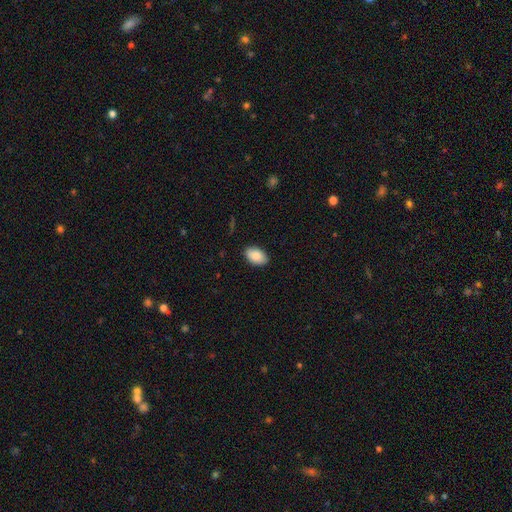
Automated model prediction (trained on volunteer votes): This is clearly a smooth galaxy (87%). How rounded: clearly in between (92%). Merging: clearly none (88%).